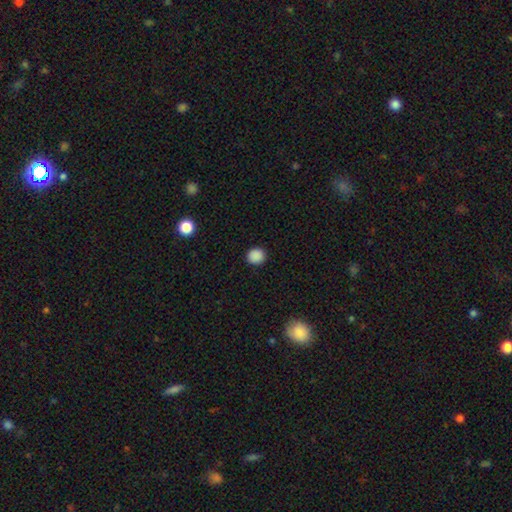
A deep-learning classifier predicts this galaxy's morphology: A smooth galaxy with no disk features (88%) that is round (87%).

Vote fractions:
- Smooth or featured? smooth: 88% / star or artifact: 10% / featured or disk: 2%
- How rounded? round: 87% / in between: 12% / cigar-shaped: 1%
- Merging? none: 91% / minor disturbance: 6% / major disturbance: 2% / merger: 1%